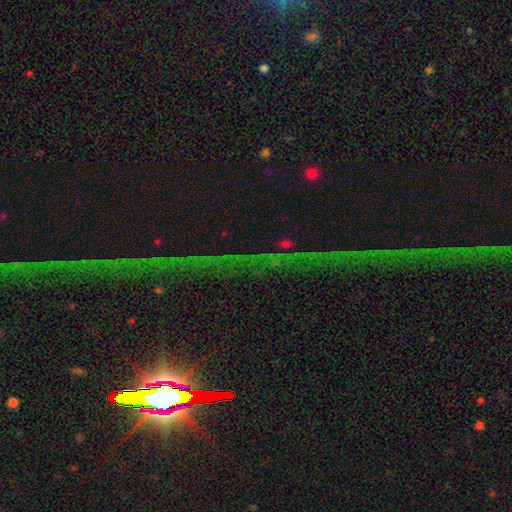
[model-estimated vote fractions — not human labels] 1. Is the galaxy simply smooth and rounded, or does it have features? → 75% star or artifact, 14% featured or disk, 11% smooth.